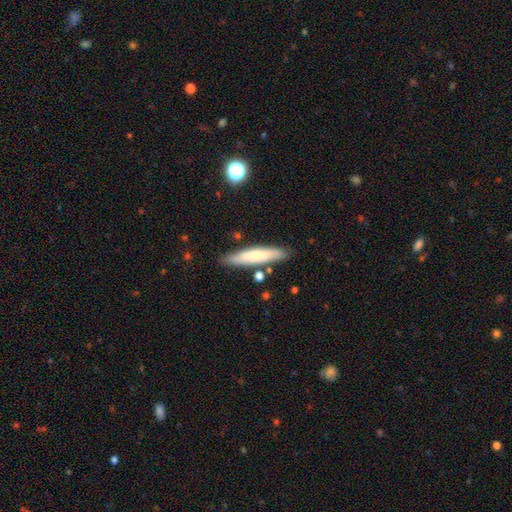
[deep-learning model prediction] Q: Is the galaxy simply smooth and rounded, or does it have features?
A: smooth — 70%.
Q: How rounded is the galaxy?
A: cigar-shaped — 86%.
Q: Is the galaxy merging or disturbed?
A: none — 83%.